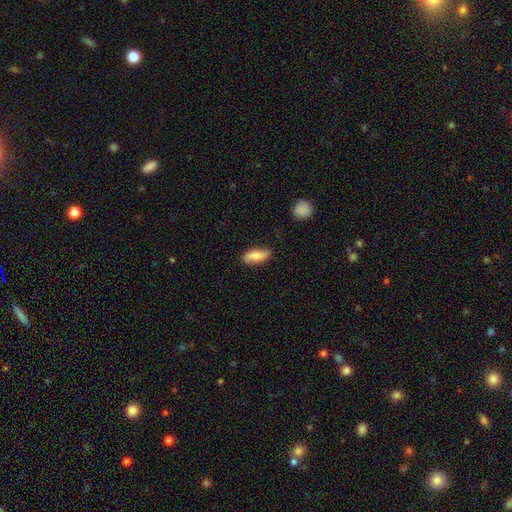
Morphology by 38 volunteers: Q: Smooth or featured?
A: smooth (87%); runner-up: star or artifact (8%)
Q: How rounded?
A: in between (88%); runner-up: cigar-shaped (9%)
Q: Merging?
A: none (74%); runner-up: minor disturbance (20%)